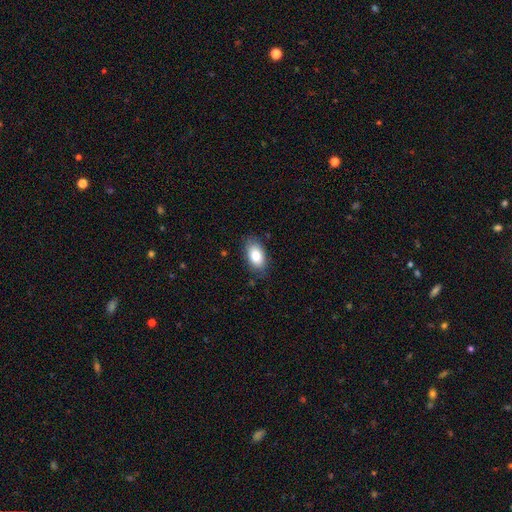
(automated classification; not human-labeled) Smooth or featured: smooth — 84% (featured or disk — 9%)
How rounded: in between — 93% (round — 5%)
Merging: none — 81% (minor disturbance — 15%)